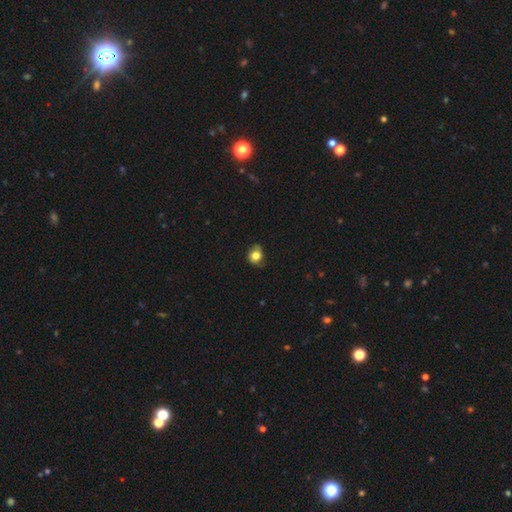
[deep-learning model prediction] This is likely a smooth galaxy (77%). How rounded: likely round (62%). Merging: likely none (66%).